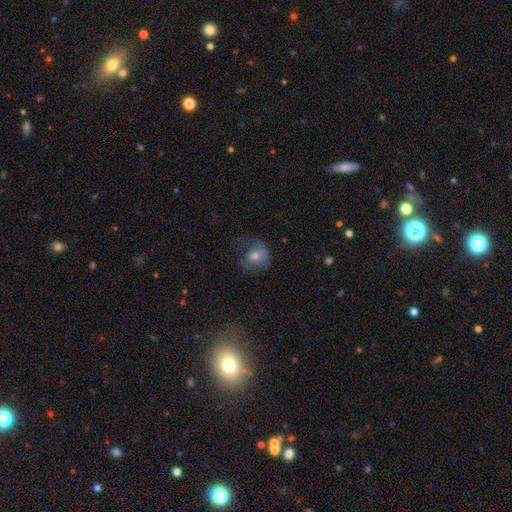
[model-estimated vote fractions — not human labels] Morphology: type=smooth (65%); roundness=round (59%); merging=none (44%).